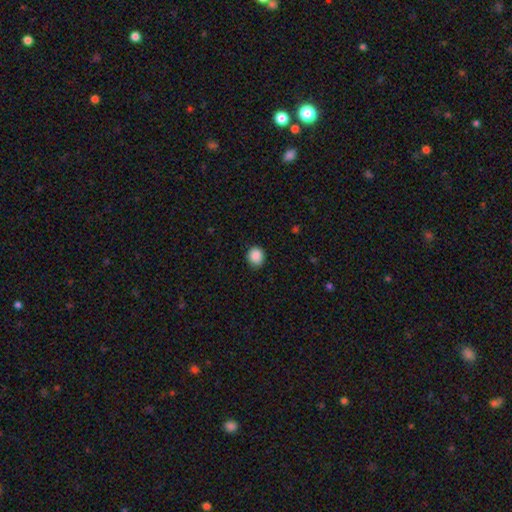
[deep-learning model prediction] Morphology: type=smooth (88%); roundness=round (79%); merging=none (86%).